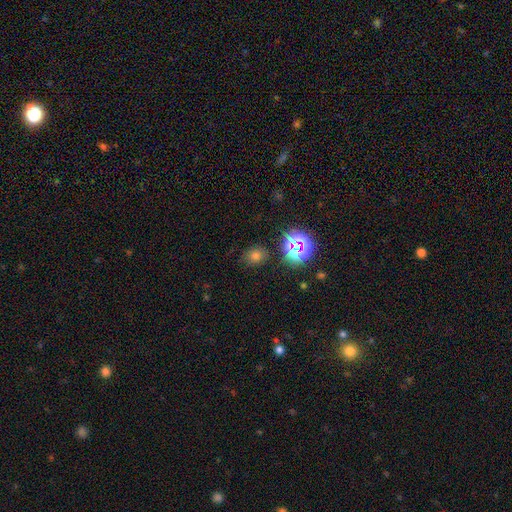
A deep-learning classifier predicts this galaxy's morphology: smooth_or_featured: smooth (p=0.63) [alt: star or artifact p=0.29]
how_rounded: round (p=0.69) [alt: in between p=0.30]
merging: none (p=0.82) [alt: minor disturbance p=0.11]